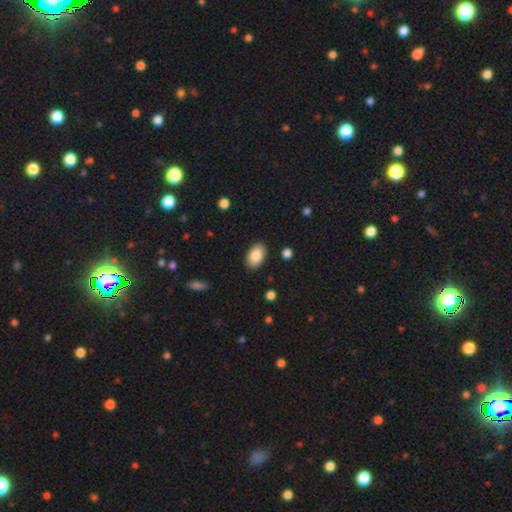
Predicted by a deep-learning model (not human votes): Morphology: type=smooth (86%); roundness=in between (92%); merging=none (88%).